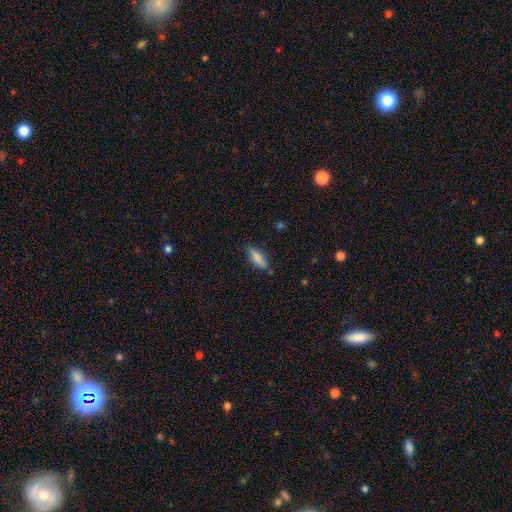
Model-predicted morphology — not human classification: smooth 71%, featured or disk 17%, star or artifact 11%. Down the decision tree: how rounded — cigar-shaped (53%); merging — none (82%).